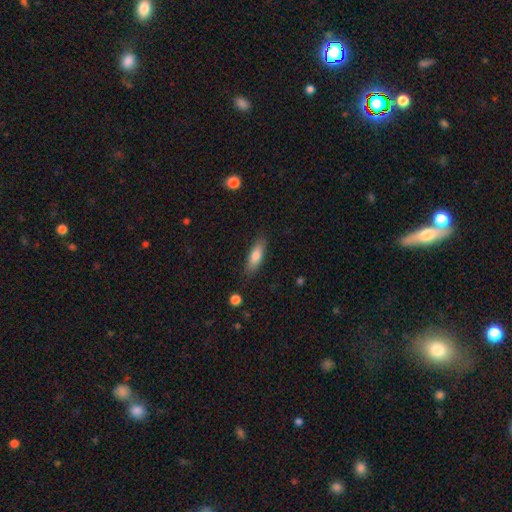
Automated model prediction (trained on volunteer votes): A smooth galaxy with no disk features (78%) that is in between round and cigar-shaped (56%). Merging: none (84%).